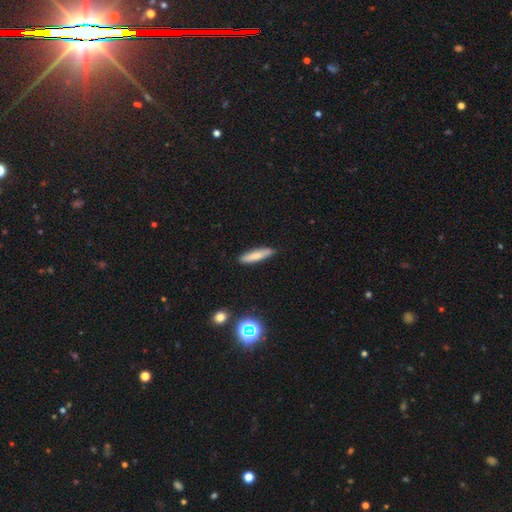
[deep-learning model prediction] smooth_or_featured: smooth (p=0.78) [alt: featured or disk p=0.14]
how_rounded: cigar-shaped (p=0.79) [alt: in between p=0.20]
merging: none (p=0.87) [alt: minor disturbance p=0.10]